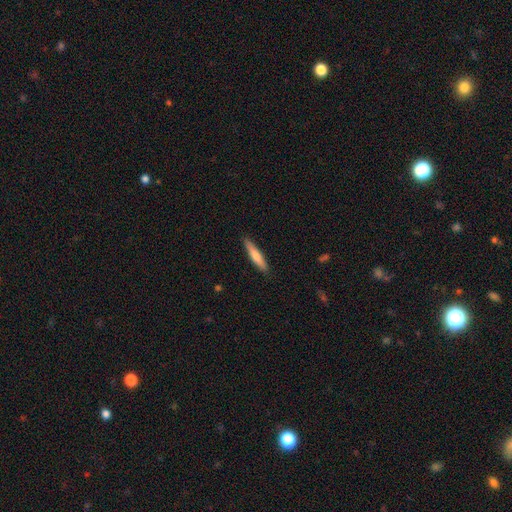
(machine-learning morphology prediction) This appears to be a smooth galaxy with no disk features (66%) that is cigar-shaped (89%). Merging: none (90%).